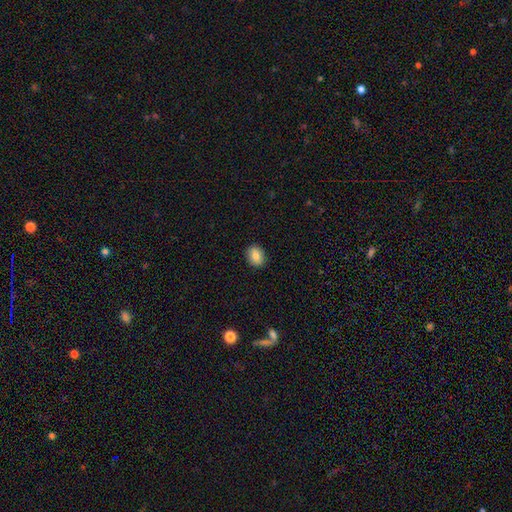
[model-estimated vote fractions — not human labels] Q: Smooth or featured?
A: smooth (83%); runner-up: star or artifact (8%)
Q: How rounded?
A: in between (56%); runner-up: round (43%)
Q: Merging?
A: none (90%); runner-up: minor disturbance (7%)